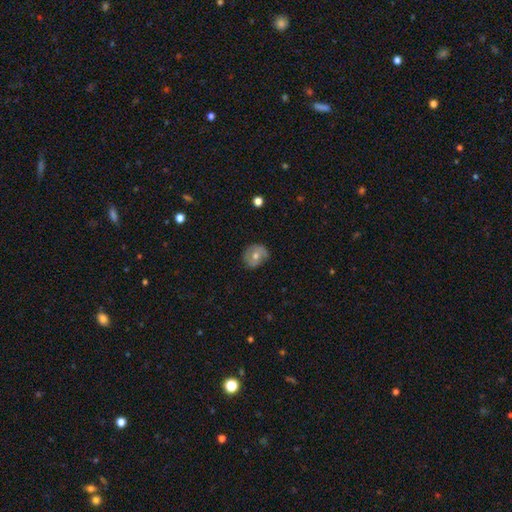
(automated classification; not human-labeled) This is possibly a smooth galaxy (50%). How rounded: likely round (74%). Merging: likely none (71%).